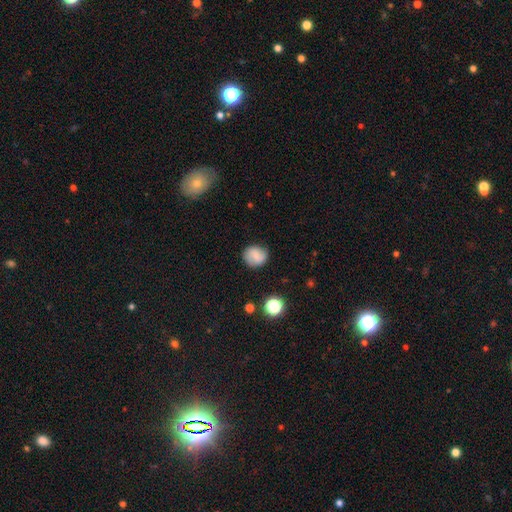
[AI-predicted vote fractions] This appears to be a smooth galaxy with no disk features (69%) that is round (77%). Merging: none (82%).